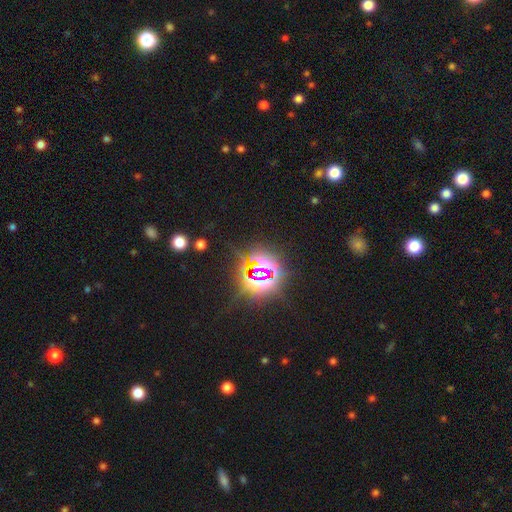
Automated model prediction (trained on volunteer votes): star or artifact 79%, smooth 15%, featured or disk 6%.